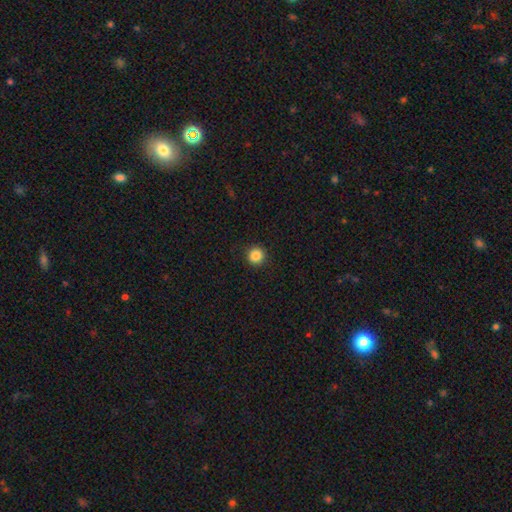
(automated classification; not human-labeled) smooth-or-featured: smooth: 86% | star or artifact: 10% | featured or disk: 3%
  how-rounded: round: 94% | in between: 5% | cigar-shaped: 1%
  merging: none: 92% | minor disturbance: 5% | major disturbance: 2% | merger: 1%